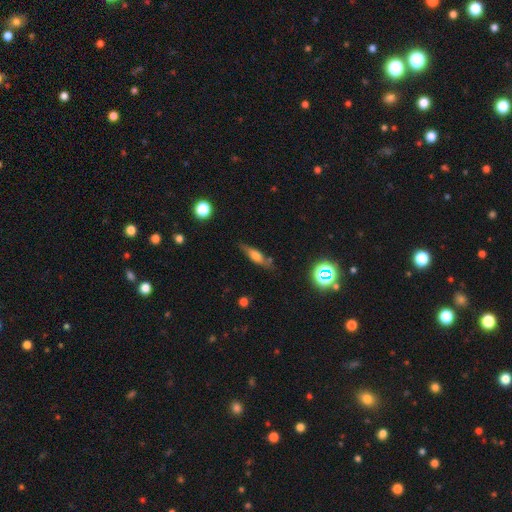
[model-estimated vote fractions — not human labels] Smooth or featured: smooth — 47% (featured or disk — 42%)
Merging: none — 70% (minor disturbance — 21%)